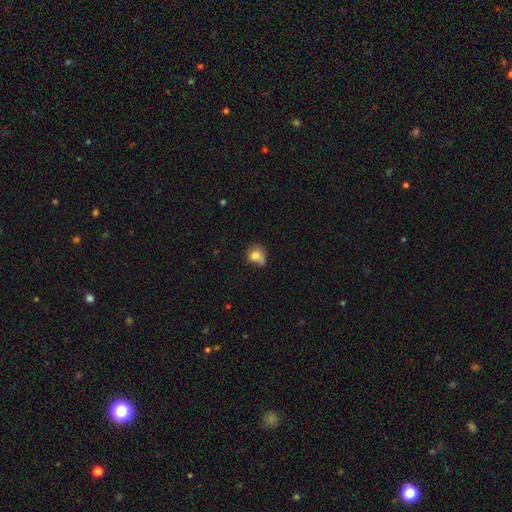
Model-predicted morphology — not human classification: Overall: smooth (75%). How rounded: round (70%). Merging: none (42%; minor disturbance 36%).